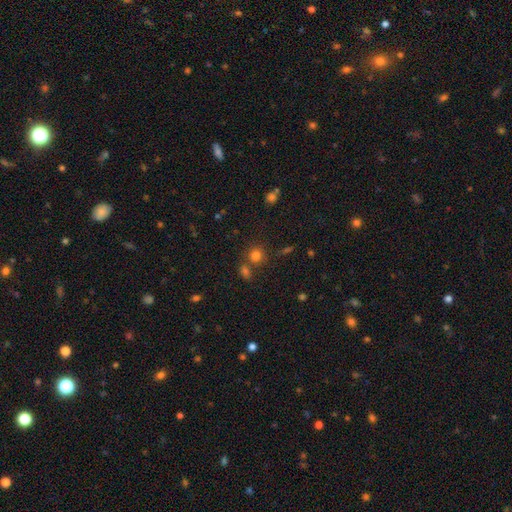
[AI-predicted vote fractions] This appears to be a smooth galaxy with no disk features (77%) that is round (86%). Merging: none (67%).